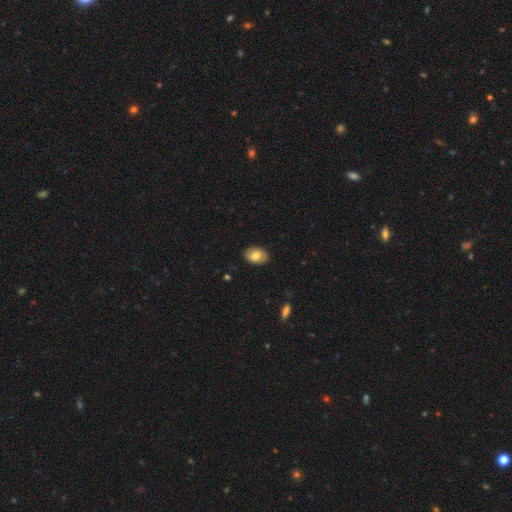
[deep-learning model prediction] smooth 76%, featured or disk 16%, star or artifact 7%. Down the decision tree: how rounded — in between (81%); merging — none (88%).